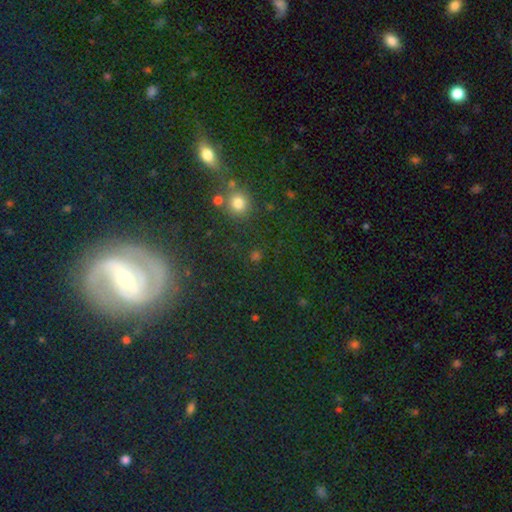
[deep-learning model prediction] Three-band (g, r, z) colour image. It shows a smooth galaxy with no disk features (57%) that is round (84%). Merging: none (81%).